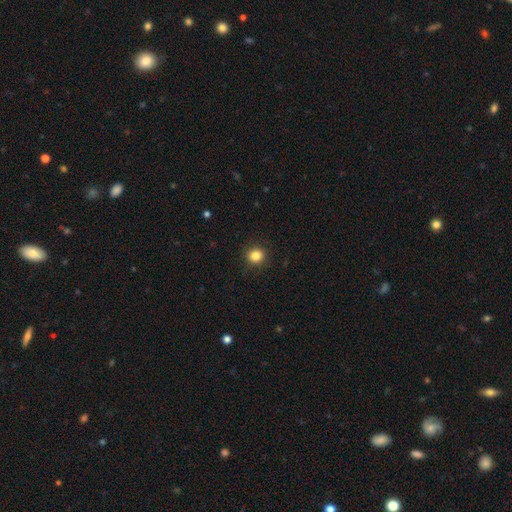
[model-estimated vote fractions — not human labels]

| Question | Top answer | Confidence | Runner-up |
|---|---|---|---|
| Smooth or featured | smooth | 85% | star or artifact (11%) |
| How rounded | round | 88% | in between (11%) |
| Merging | none | 91% | minor disturbance (6%) |